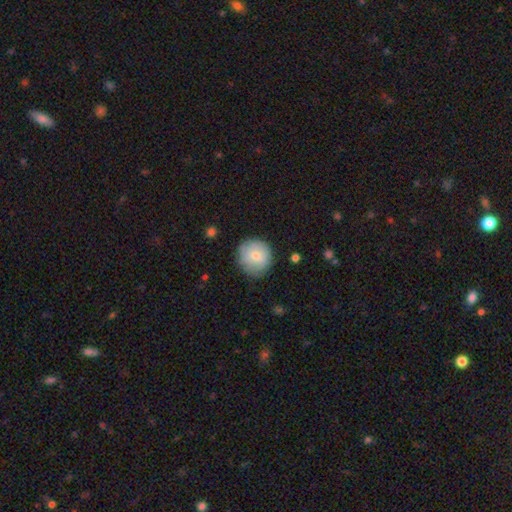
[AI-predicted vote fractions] A smooth galaxy with no disk features (70%) that is round (91%). Merging: none (78%).